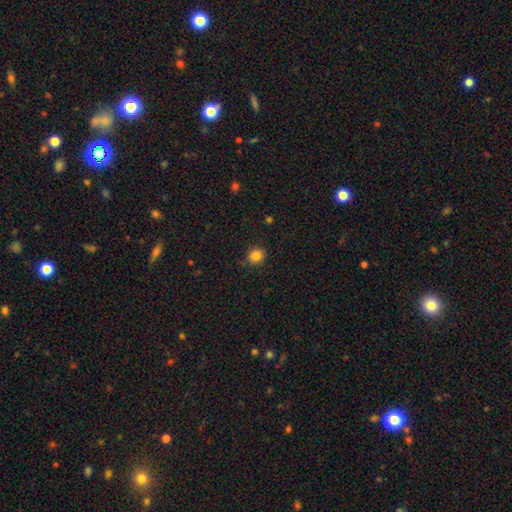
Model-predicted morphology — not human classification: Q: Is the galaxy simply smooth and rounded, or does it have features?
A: smooth — 84%.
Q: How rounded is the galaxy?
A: round — 82%.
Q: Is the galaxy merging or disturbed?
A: none — 80%.